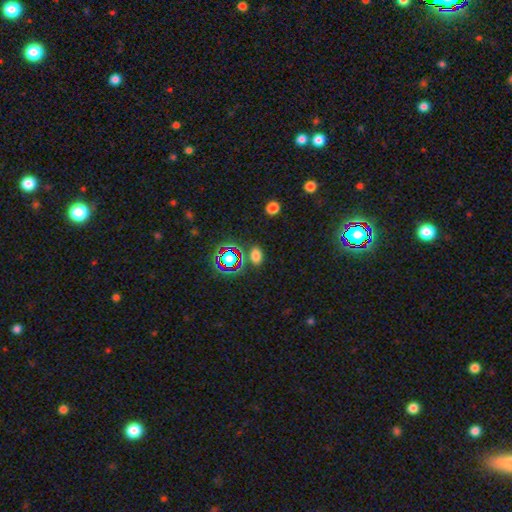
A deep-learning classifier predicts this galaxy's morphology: smooth 68%, star or artifact 25%, featured or disk 7%. Down the decision tree: how rounded — in between (77%); merging — none (77%).